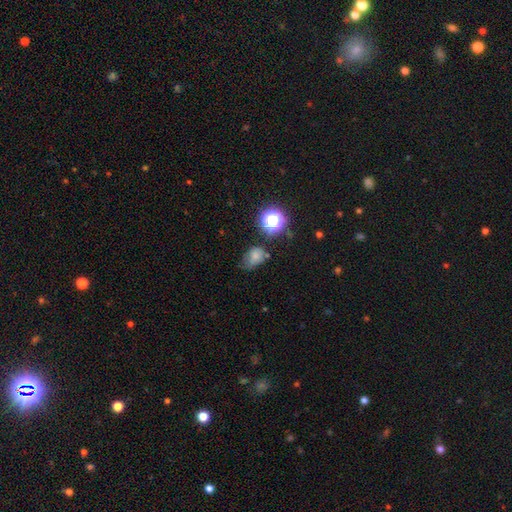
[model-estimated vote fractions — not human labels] A smooth galaxy with no disk features (67%) that is in between round and cigar-shaped (62%). Merging: none (41%).